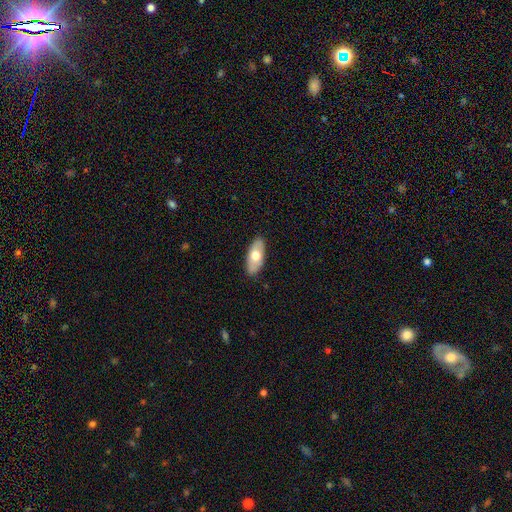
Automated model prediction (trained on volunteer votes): smooth_or_featured: smooth (p=0.65) [alt: featured or disk p=0.30]
how_rounded: in between (p=0.87) [alt: cigar-shaped p=0.10]
merging: none (p=0.88) [alt: minor disturbance p=0.09]